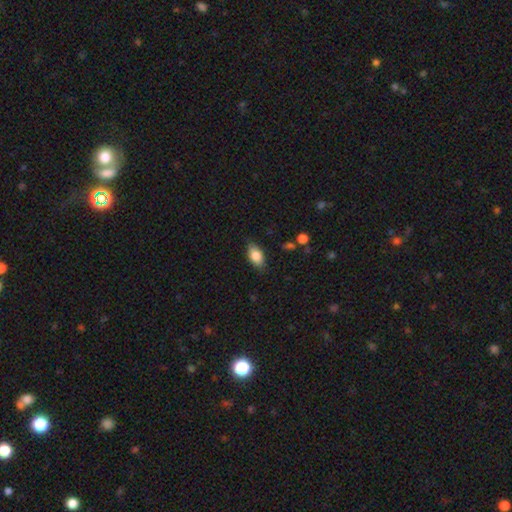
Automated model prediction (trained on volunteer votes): A smooth galaxy with no disk features (82%) that is in between round and cigar-shaped (88%). Merging: none (81%).